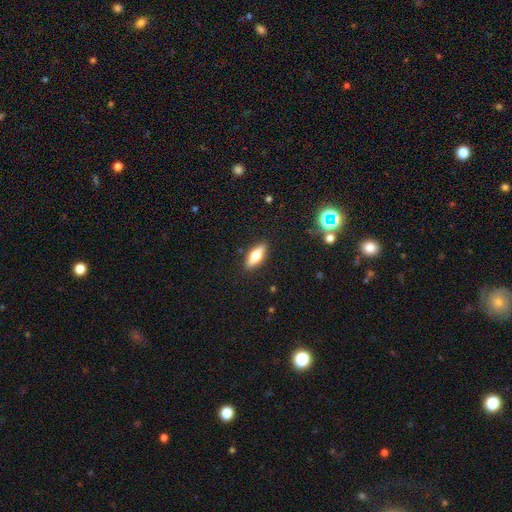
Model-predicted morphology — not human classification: Smooth or featured: smooth — 57% (featured or disk — 35%)
How rounded: in between — 62% (cigar-shaped — 35%)
Merging: none — 88% (minor disturbance — 9%)